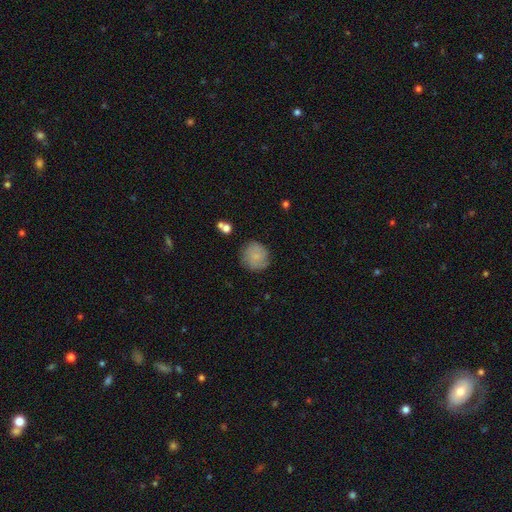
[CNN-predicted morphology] Overall: smooth (72%). How rounded: round (91%). Merging: none (80%).